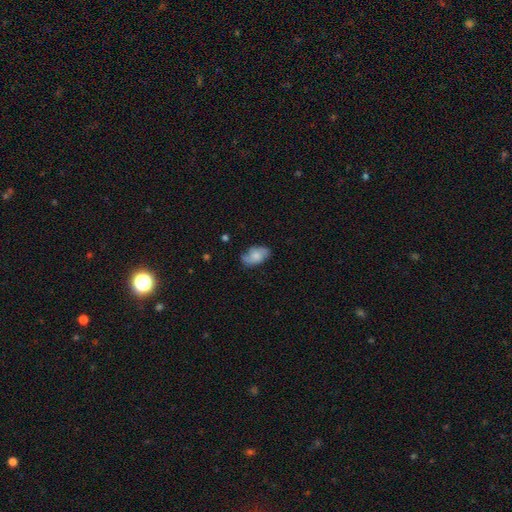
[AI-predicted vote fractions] Smooth or featured? Predicted: smooth (p=0.65). How rounded? Predicted: in between (p=0.91). Merging? Predicted: none (p=0.62).